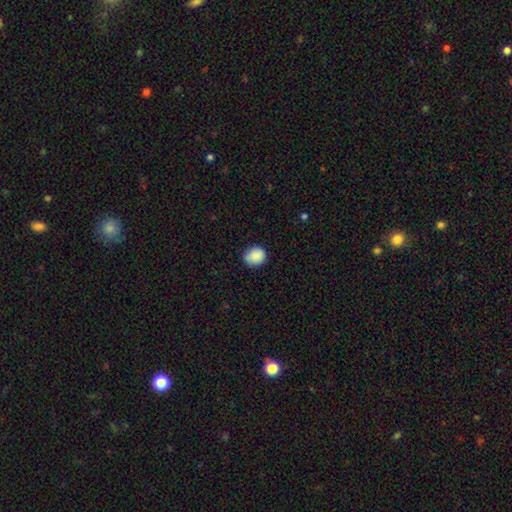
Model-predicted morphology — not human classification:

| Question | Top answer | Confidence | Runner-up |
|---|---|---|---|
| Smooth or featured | smooth | 87% | star or artifact (8%) |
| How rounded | round | 70% | in between (29%) |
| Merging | none | 80% | minor disturbance (16%) |